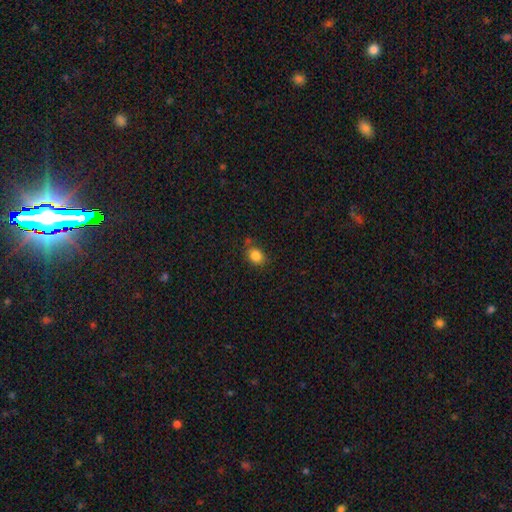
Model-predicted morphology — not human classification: smooth_or_featured: smooth (p=0.84) [alt: star or artifact p=0.11]
how_rounded: in between (p=0.57) [alt: round p=0.42]
merging: none (p=0.72) [alt: minor disturbance p=0.19]